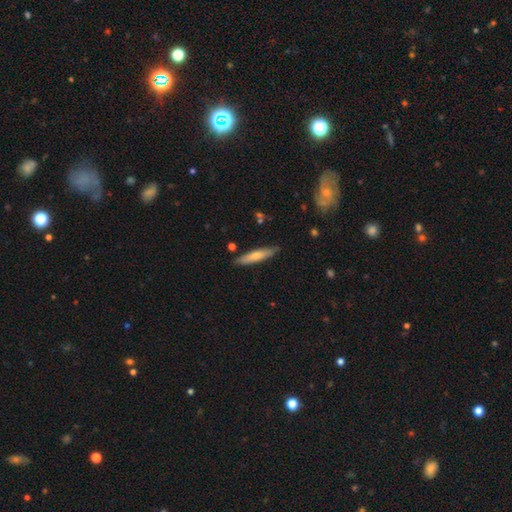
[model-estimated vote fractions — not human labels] This is likely a smooth galaxy (61%). How rounded: clearly cigar-shaped (85%). Merging: clearly none (85%).